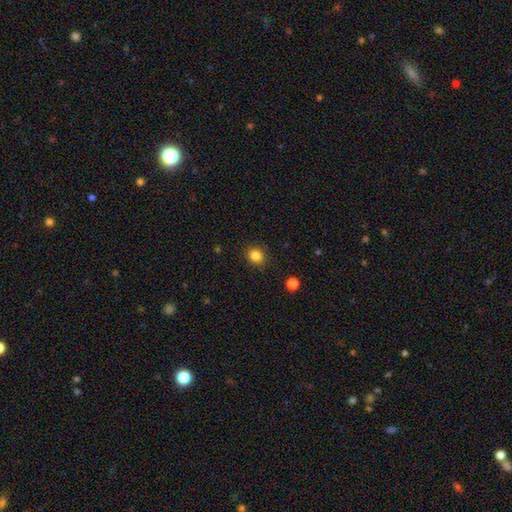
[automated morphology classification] Smooth or featured: smooth — 84% (star or artifact — 12%)
How rounded: round — 78% (in between — 21%)
Merging: none — 88% (minor disturbance — 8%)